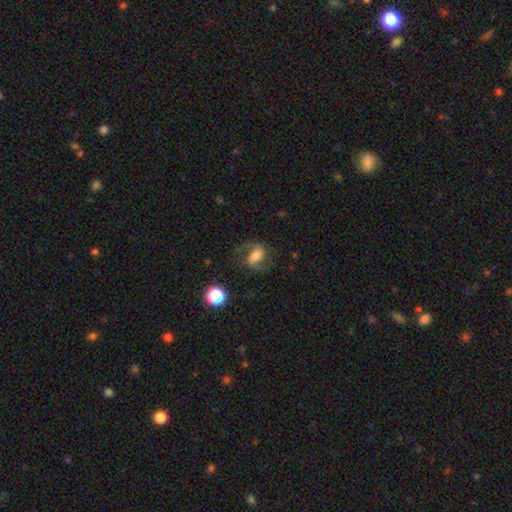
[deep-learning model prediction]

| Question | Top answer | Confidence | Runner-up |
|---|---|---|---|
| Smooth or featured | featured or disk | 71% | smooth (20%) |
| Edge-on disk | no | 97% | yes (3%) |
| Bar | weak | 43% | no (31%) |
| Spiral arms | yes | 93% | no (7%) |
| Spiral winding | medium | 51% | loose (34%) |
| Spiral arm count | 2 | 81% | 1 (13%) |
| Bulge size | moderate | 51% | small (22%) |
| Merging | none | 64% | minor disturbance (17%) |